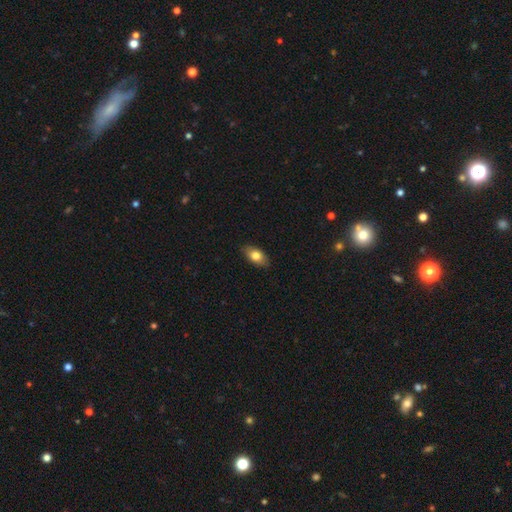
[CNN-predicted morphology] Smooth or featured? Predicted: smooth (p=0.78). How rounded? Predicted: in between (p=0.89). Merging? Predicted: none (p=0.86).